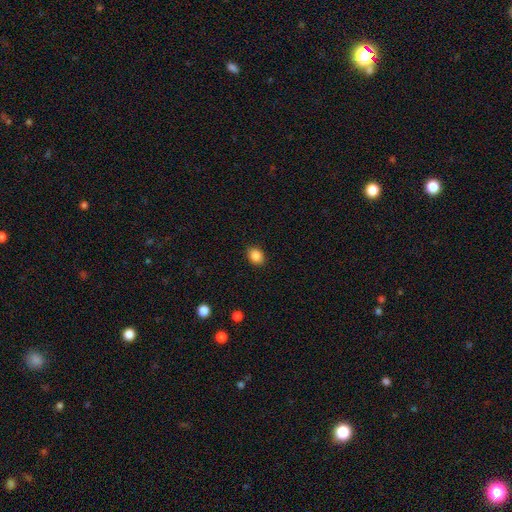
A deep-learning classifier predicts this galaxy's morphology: Smooth or featured? Predicted: smooth (p=0.87). How rounded? Predicted: in between (p=0.58). Merging? Predicted: none (p=0.89).